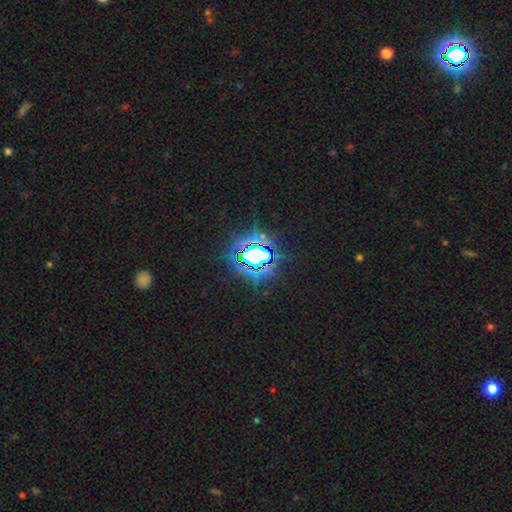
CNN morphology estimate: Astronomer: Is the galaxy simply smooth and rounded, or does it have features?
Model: star or artifact — 73%.